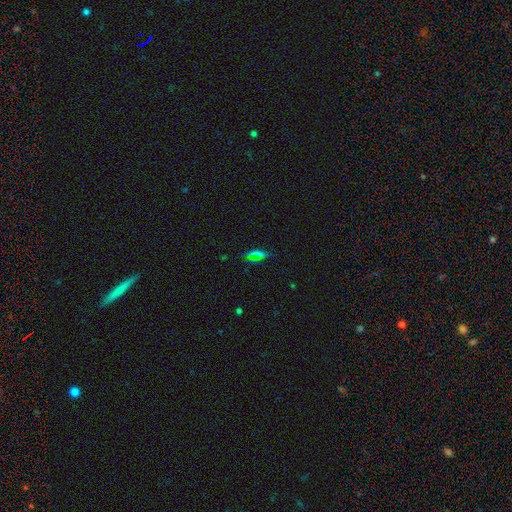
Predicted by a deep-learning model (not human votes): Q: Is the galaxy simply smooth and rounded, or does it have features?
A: star or artifact — 44%.